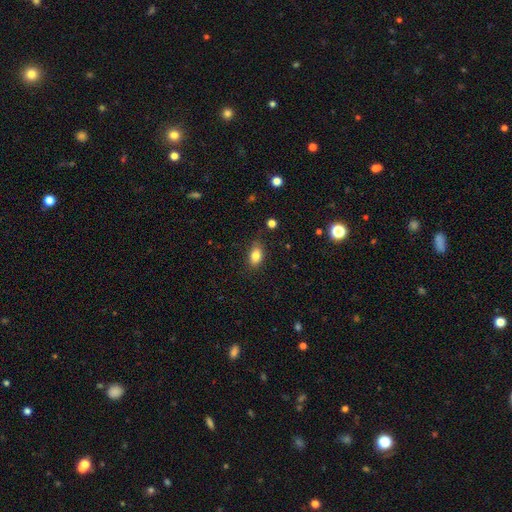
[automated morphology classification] Smooth or featured? smooth (83%)
How rounded? in between (85%)
Merging? none (79%)